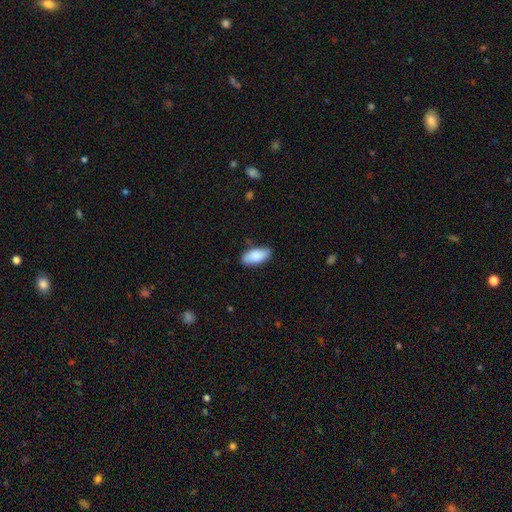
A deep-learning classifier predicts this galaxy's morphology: A smooth galaxy with no disk features (87%) that is in between round and cigar-shaped (88%). Merging: none (84%).